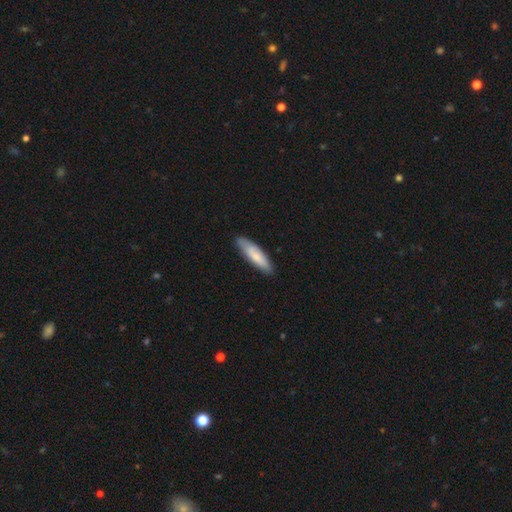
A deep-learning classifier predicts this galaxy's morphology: smooth_or_featured: smooth (p=0.77) [alt: featured or disk p=0.17]
how_rounded: cigar-shaped (p=0.62) [alt: in between p=0.37]
merging: none (p=0.81) [alt: minor disturbance p=0.15]